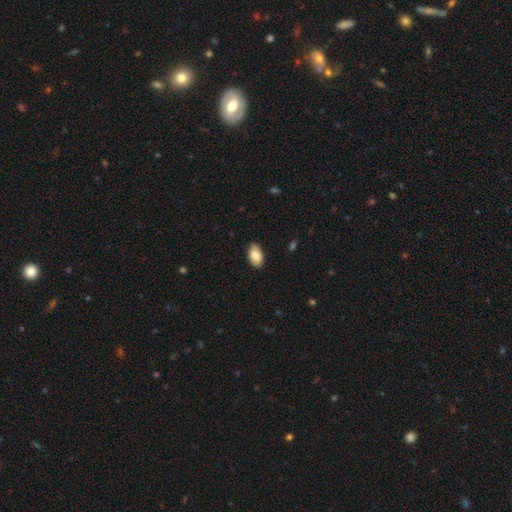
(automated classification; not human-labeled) This appears to be a smooth galaxy with no disk features (83%) that is in between round and cigar-shaped (94%). Merging: none (85%).